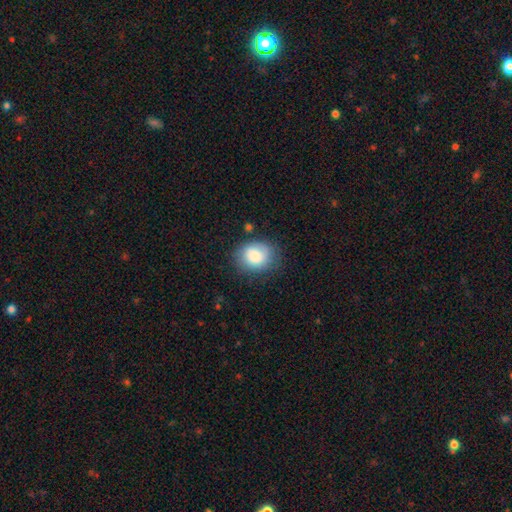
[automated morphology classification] This is clearly a smooth galaxy (84%). How rounded: possibly round (55%). Merging: likely none (72%).